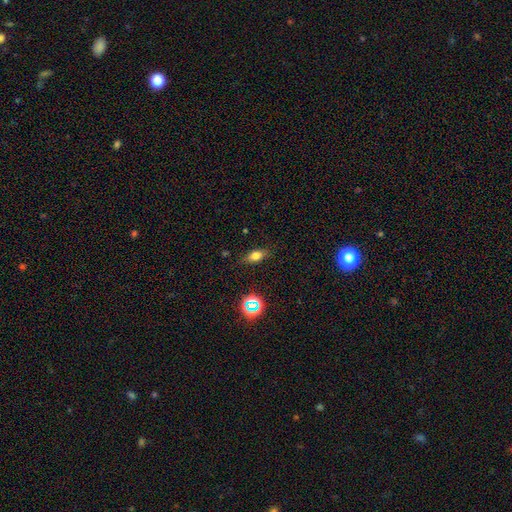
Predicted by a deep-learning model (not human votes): Morphology: type=smooth (72%); roundness=in between (76%); merging=none (82%).